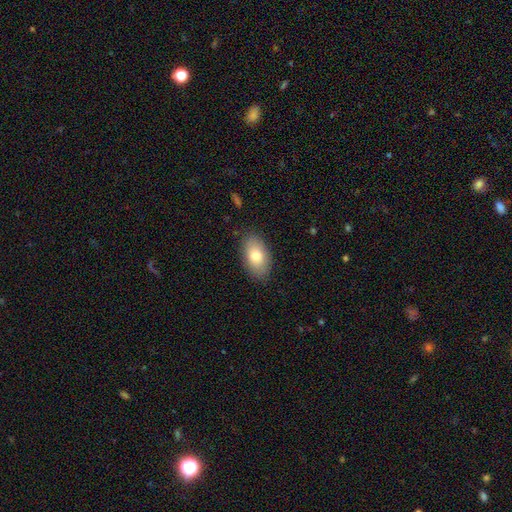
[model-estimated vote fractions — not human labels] A smooth galaxy with no disk features (78%) that is in between round and cigar-shaped (93%). Merging: none (85%).